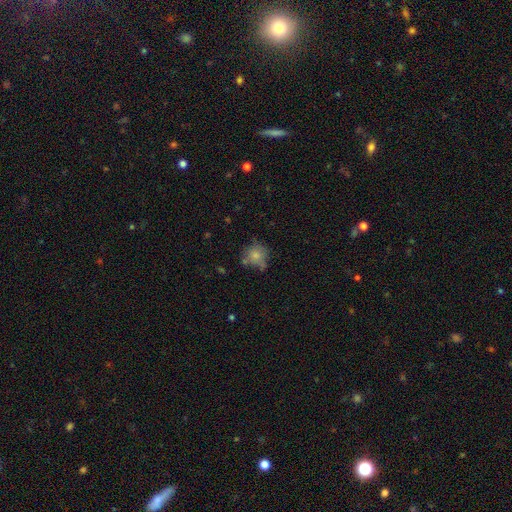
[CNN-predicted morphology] This appears to be a smooth galaxy with no disk features (74%) that is round (82%). Merging: none (57%).